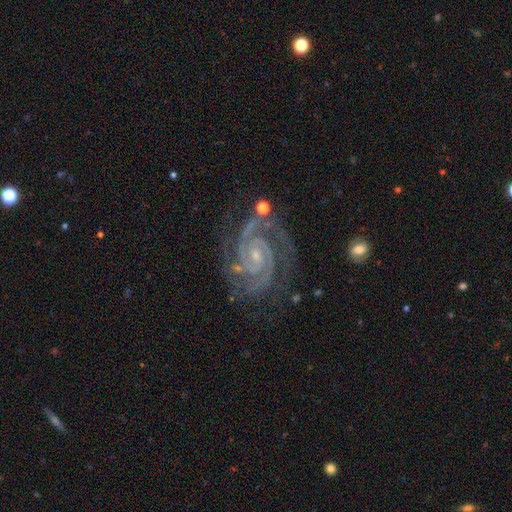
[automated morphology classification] Smooth or featured?
  - featured or disk: 93% *
  - star or artifact: 5%
  - smooth: 2%
Edge-on disk?
  - no: 98% *
  - yes: 2%
Bar?
  - no: 56% *
  - weak: 31%
  - strong: 13%
Spiral arms?
  - yes: 99% *
  - no: 1%
Spiral winding?
  - tight: 67% *
  - medium: 30%
  - loose: 3%
Spiral arm count?
  - 2: 74% *
  - 3: 14%
  - can't tell: 4%
  - 4: 3%
  - more than 4: 3%
  - 1: 2%
Bulge size?
  - small: 78% *
  - moderate: 16%
  - none: 4%
  - large: 1%
  - dominant: 1%
Merging?
  - none: 72% *
  - minor disturbance: 18%
  - major disturbance: 7%
  - merger: 3%